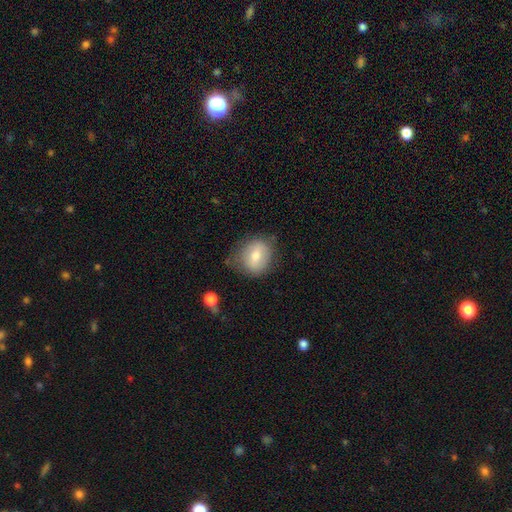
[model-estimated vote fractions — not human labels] A smooth galaxy with no disk features (68%) that is round (62%). Merging: none (67%).